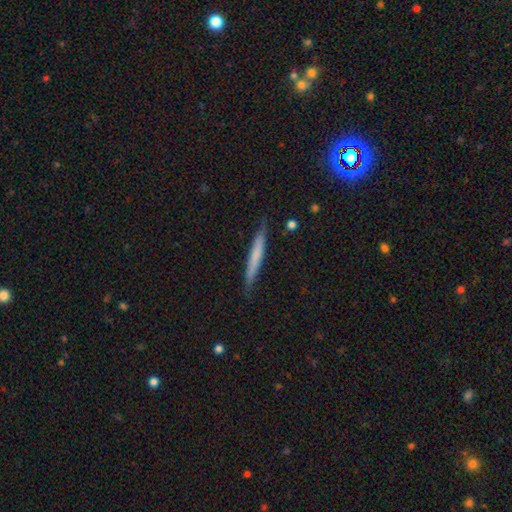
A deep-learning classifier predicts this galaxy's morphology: Q: Smooth or featured?
A: smooth (59%); runner-up: featured or disk (35%)
Q: How rounded?
A: cigar-shaped (96%); runner-up: in between (3%)
Q: Merging?
A: none (85%); runner-up: minor disturbance (11%)